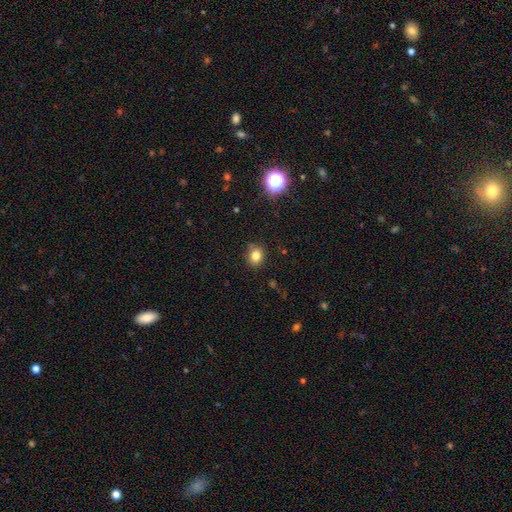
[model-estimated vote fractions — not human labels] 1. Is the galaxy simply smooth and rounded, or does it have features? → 80% smooth, 14% star or artifact, 6% featured or disk.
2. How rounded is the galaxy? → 68% round, 31% in between, 1% cigar-shaped.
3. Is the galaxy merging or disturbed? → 84% none, 12% minor disturbance, 3% major disturbance, 2% merger.